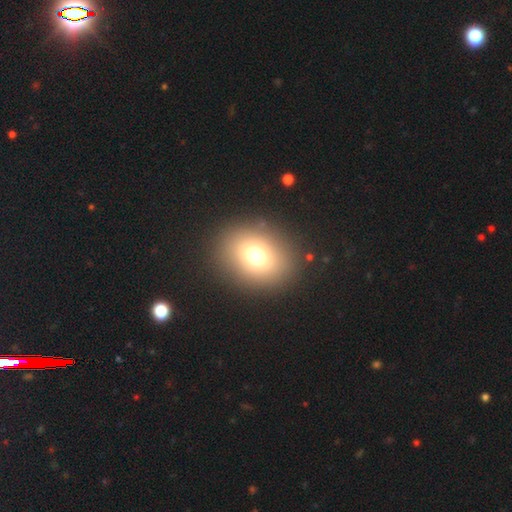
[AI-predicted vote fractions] Morphology: type=smooth (72%); roundness=round (56%); merging=none (87%).